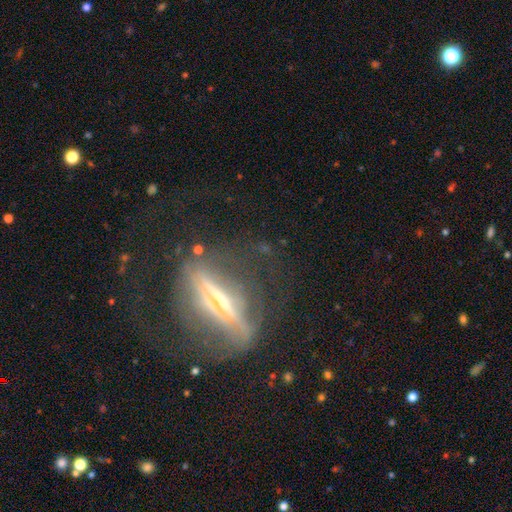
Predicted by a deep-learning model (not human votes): A featured or disk galaxy (75%).

Vote fractions:
- Smooth or featured? featured or disk: 75% / smooth: 15% / star or artifact: 10%
- Edge-on disk? no: 59% / yes: 41%
- Merging? none: 53% / major disturbance: 26% / minor disturbance: 18% / merger: 2%